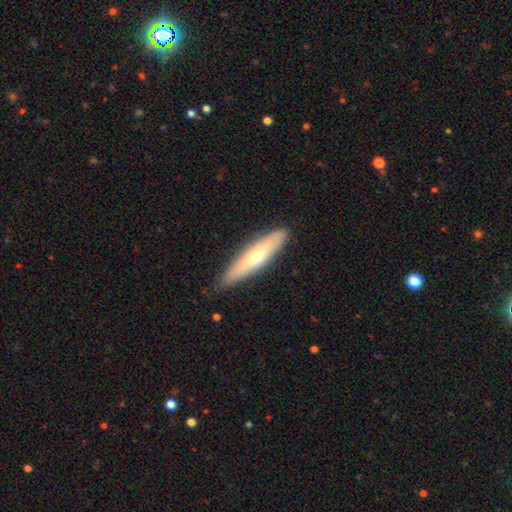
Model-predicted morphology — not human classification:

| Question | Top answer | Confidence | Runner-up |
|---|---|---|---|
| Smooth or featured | smooth | 60% | featured or disk (34%) |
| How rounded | cigar-shaped | 80% | in between (19%) |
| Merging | none | 83% | minor disturbance (14%) |